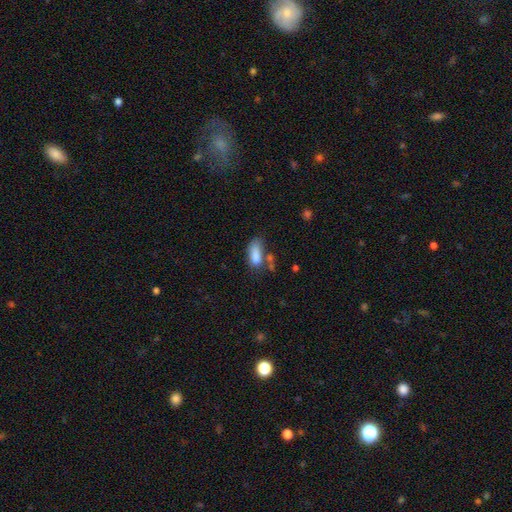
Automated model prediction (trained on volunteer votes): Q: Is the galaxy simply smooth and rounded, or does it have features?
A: smooth — 81%.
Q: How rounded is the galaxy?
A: in between — 79%.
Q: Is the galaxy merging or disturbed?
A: none — 41%.